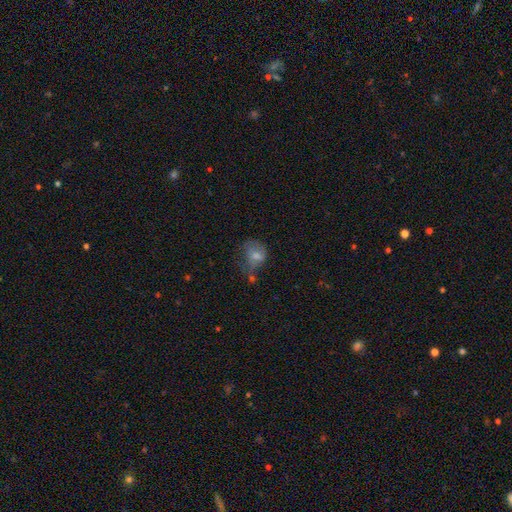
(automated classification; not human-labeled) smooth_or_featured: smooth (p=0.60) [alt: featured or disk p=0.29]
how_rounded: in between (p=0.58) [alt: round p=0.41]
merging: major disturbance (p=0.35) [alt: none p=0.27]